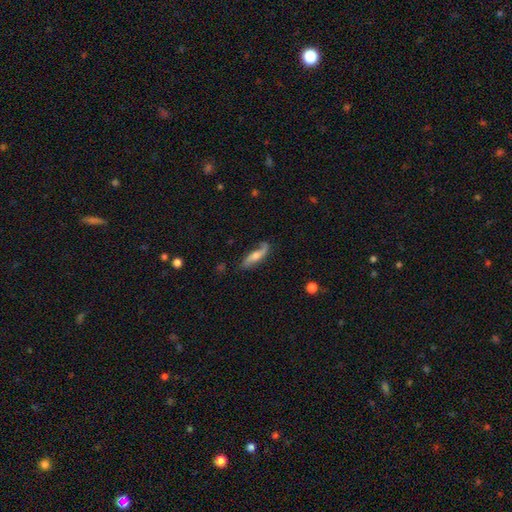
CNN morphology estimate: featured or disk 68%, smooth 25%, star or artifact 7%. Down the decision tree: edge-on disk — no (66%); merging — none (67%).